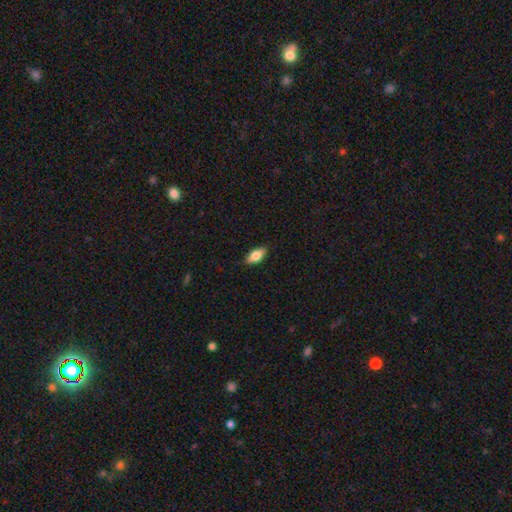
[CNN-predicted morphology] smooth 75%, featured or disk 18%, star or artifact 7%. Down the decision tree: how rounded — in between (85%); merging — none (87%).